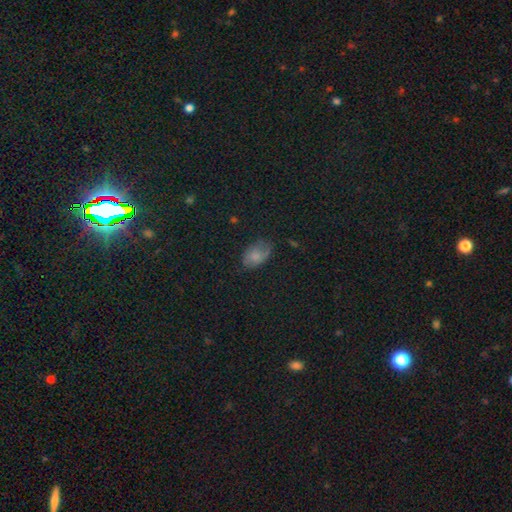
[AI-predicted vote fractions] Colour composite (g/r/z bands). It shows a smooth galaxy with no disk features (72%) that is in between round and cigar-shaped (88%). Merging: none (60%).